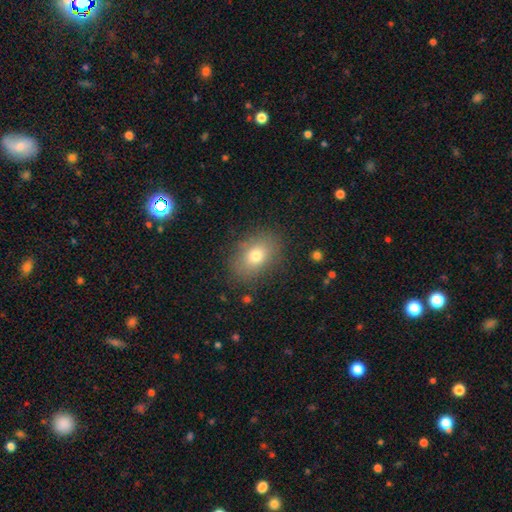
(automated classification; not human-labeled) Overall: smooth (75%). How rounded: in between (75%). Merging: none (82%).